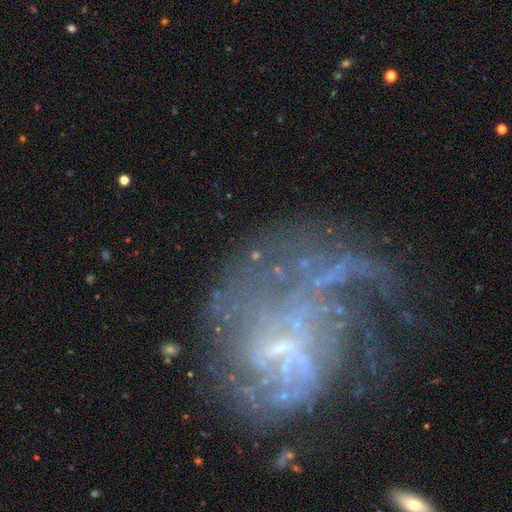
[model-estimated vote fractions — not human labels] This is possibly a featured or disk galaxy (56%). It is clearly not viewed edge-on (91%). Bar: possibly no (52%). Spiral arm pattern: possibly no (52%). Central bulge: marginally small (39%). Merging: possibly none (55%).